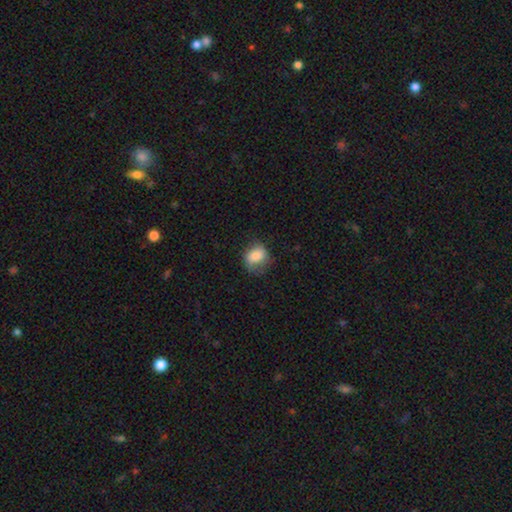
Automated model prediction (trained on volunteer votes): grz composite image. It shows a smooth galaxy with no disk features (79%) that is round (50%). Merging: none (58%).